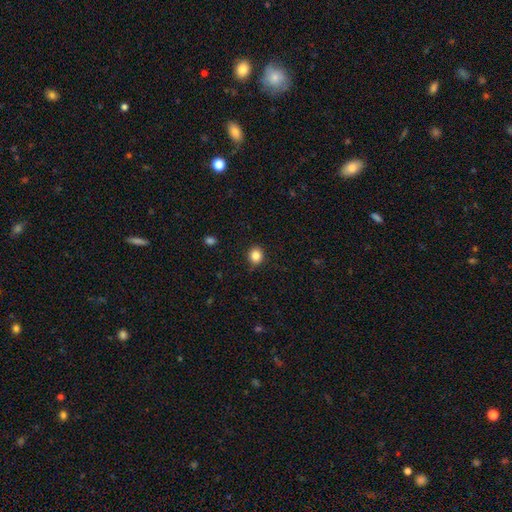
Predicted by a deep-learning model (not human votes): This is clearly a smooth galaxy (84%). How rounded: clearly round (80%). Merging: clearly none (87%).